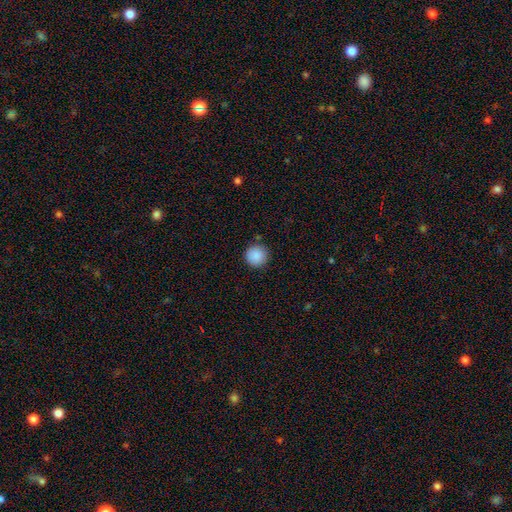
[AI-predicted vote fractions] Q: Smooth or featured?
A: smooth (89%); runner-up: star or artifact (8%)
Q: How rounded?
A: round (96%); runner-up: in between (3%)
Q: Merging?
A: none (90%); runner-up: minor disturbance (7%)